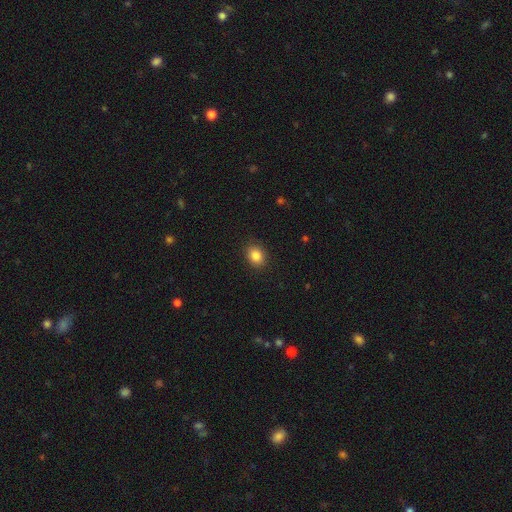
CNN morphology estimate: Smooth or featured?
  - smooth: 85% *
  - star or artifact: 10%
  - featured or disk: 5%
How rounded?
  - in between: 55% *
  - round: 44%
  - cigar-shaped: 1%
Merging?
  - none: 89% *
  - minor disturbance: 8%
  - major disturbance: 2%
  - merger: 1%